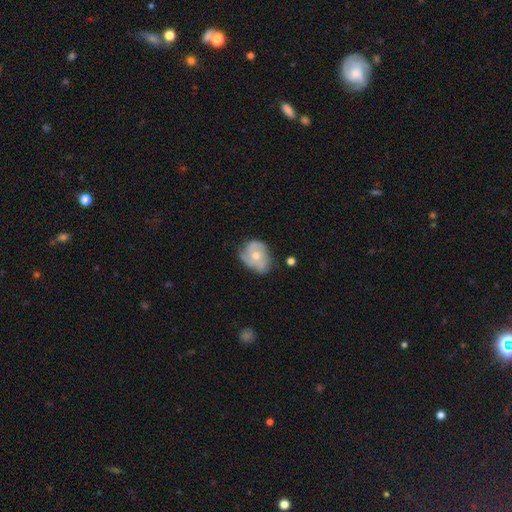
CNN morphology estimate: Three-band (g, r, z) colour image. It shows a featured or disk galaxy (63%) with no bar (82%), spiral arms (81%) and a moderate central bulge (58%). Merging: none (57%).